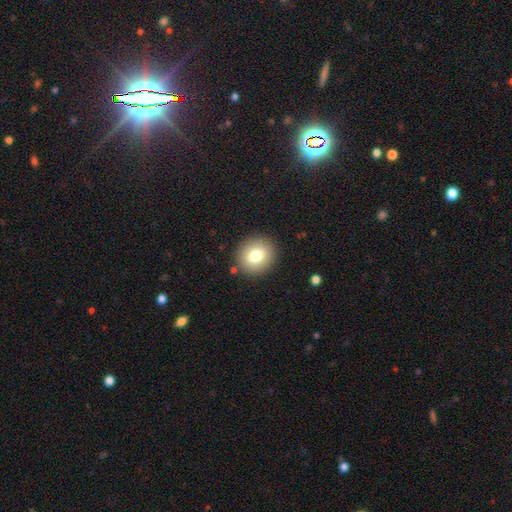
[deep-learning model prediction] Smooth or featured? Predicted: smooth (p=0.76). How rounded? Predicted: round (p=0.76). Merging? Predicted: none (p=0.88).